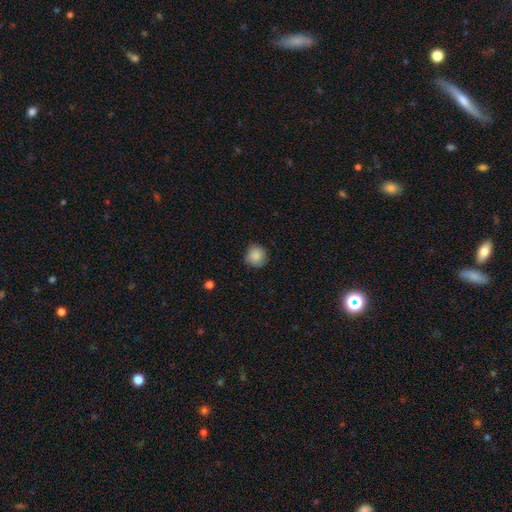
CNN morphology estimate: Smooth or featured? smooth (87%)
How rounded? round (93%)
Merging? none (83%)